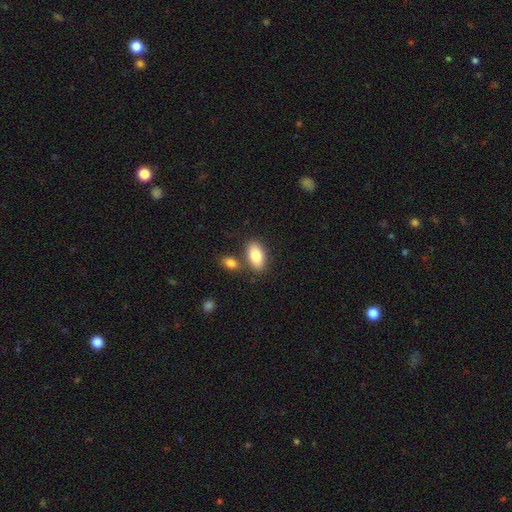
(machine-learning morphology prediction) smooth_or_featured: smooth (p=0.83) [alt: featured or disk p=0.11]
how_rounded: in between (p=0.92) [alt: round p=0.04]
merging: none (p=0.72) [alt: merger p=0.14]